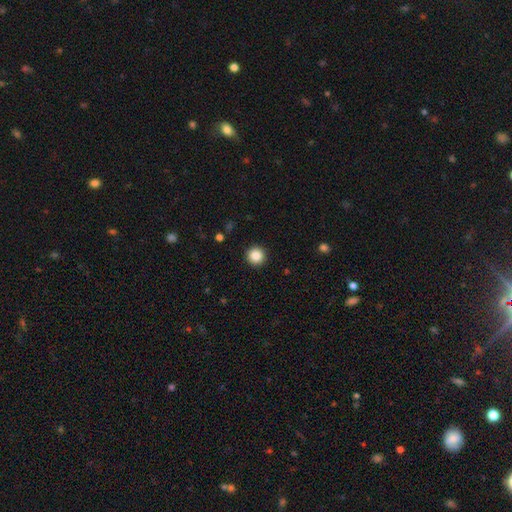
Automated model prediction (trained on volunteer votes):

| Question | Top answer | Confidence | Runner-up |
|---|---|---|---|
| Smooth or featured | smooth | 86% | star or artifact (10%) |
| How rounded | round | 96% | in between (3%) |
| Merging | none | 93% | minor disturbance (5%) |